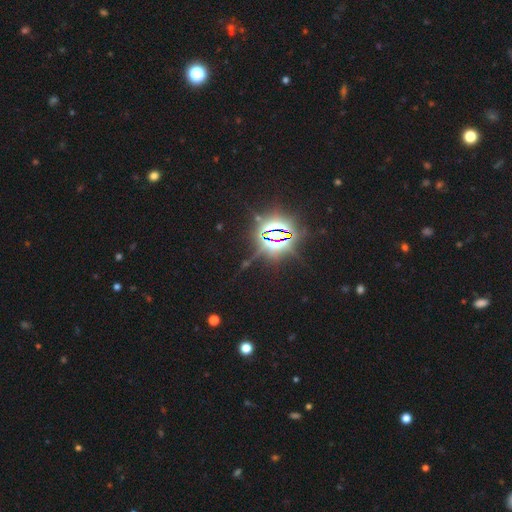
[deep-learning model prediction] Smooth or featured? star or artifact (86%)